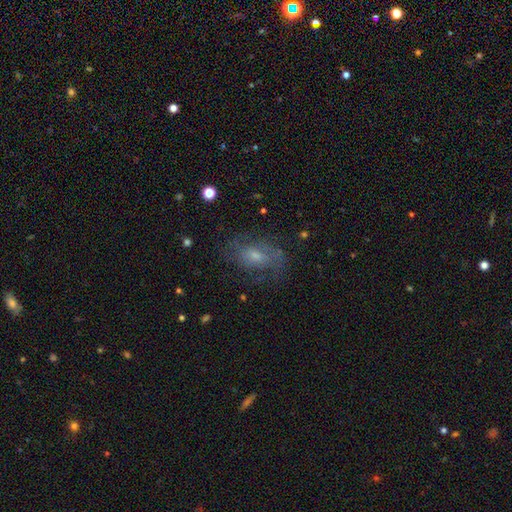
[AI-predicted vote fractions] smooth_or_featured: featured or disk (p=0.58) [alt: smooth p=0.30]
disk_edge_on: no (p=0.95) [alt: yes p=0.05]
bar: no (p=0.57) [alt: weak p=0.36]
has_spiral_arms: yes (p=0.77) [alt: no p=0.23]
bulge_size: small (p=0.46) [alt: moderate p=0.41]
merging: none (p=0.64) [alt: minor disturbance p=0.19]